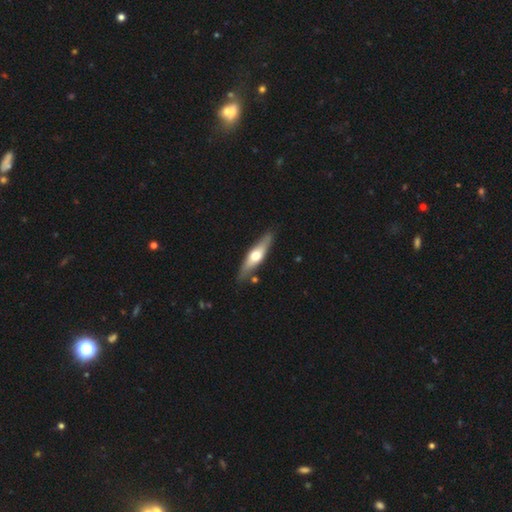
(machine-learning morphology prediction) A featured or disk galaxy (57%) viewed edge-on (91%) with a rounded central bulge (93%).

Vote fractions:
- Smooth or featured? featured or disk: 57% / smooth: 38% / star or artifact: 5%
- Edge-on disk? yes: 91% / no: 9%
- Edge-on bulge? rounded: 93% / boxy: 4% / none: 3%
- Merging? none: 85% / minor disturbance: 10% / merger: 3% / major disturbance: 2%